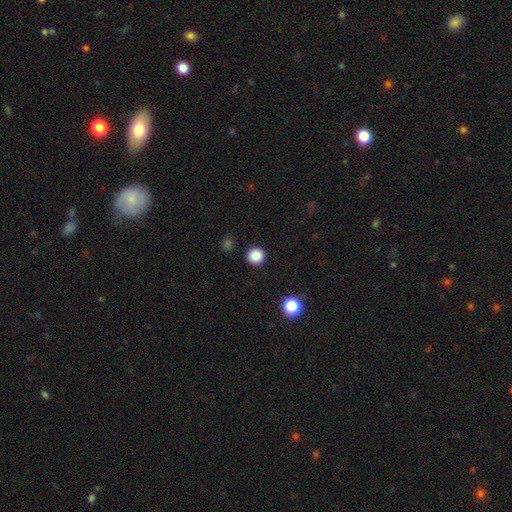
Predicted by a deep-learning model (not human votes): Smooth or featured?
  - smooth: 86% *
  - star or artifact: 11%
  - featured or disk: 3%
How rounded?
  - round: 95% *
  - in between: 4%
  - cigar-shaped: 1%
Merging?
  - none: 92% *
  - minor disturbance: 5%
  - major disturbance: 2%
  - merger: 2%